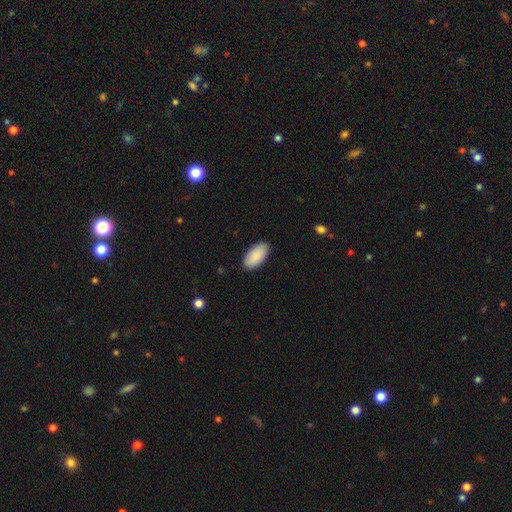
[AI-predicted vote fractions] Overall: smooth (90%). How rounded: in between (96%). Merging: none (89%).